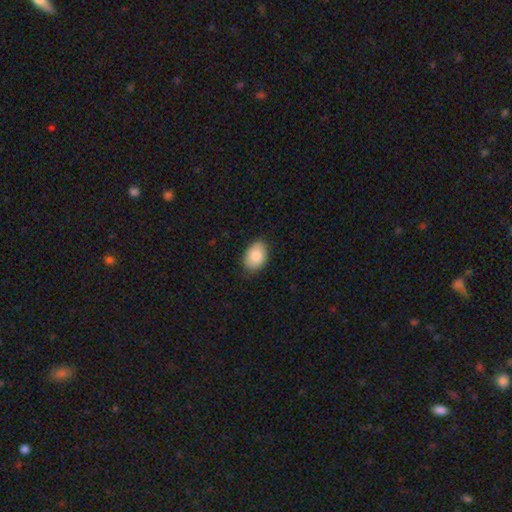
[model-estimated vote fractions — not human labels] Overall: smooth (85%). How rounded: in between (82%). Merging: none (83%).